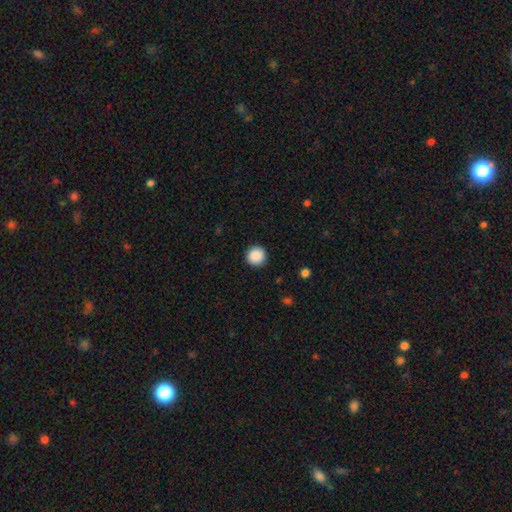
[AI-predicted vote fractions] Smooth or featured? smooth (89%)
How rounded? round (96%)
Merging? none (93%)